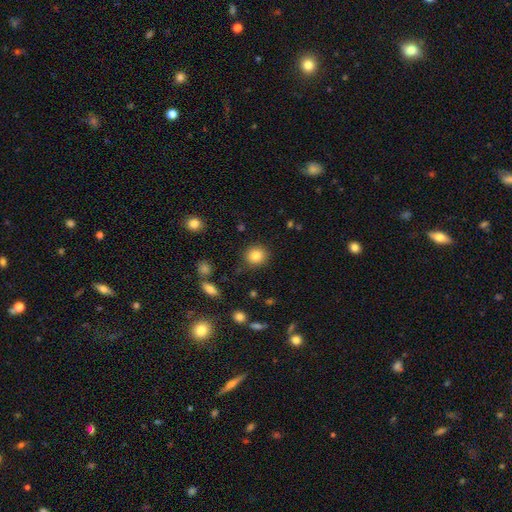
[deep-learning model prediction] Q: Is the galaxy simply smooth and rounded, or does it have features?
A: smooth — 83%.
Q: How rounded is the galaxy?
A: round — 87%.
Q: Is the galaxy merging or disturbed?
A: none — 88%.